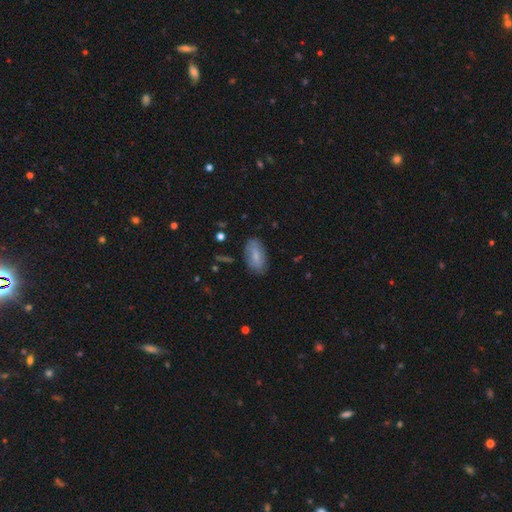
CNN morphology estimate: Smooth or featured: smooth — 71% (featured or disk — 22%)
How rounded: in between — 91% (cigar-shaped — 6%)
Merging: none — 76% (minor disturbance — 18%)